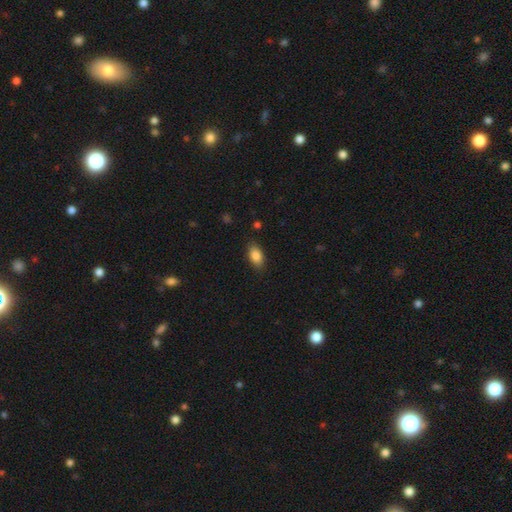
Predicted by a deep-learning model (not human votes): Overall: smooth (86%). How rounded: in between (90%). Merging: none (85%).